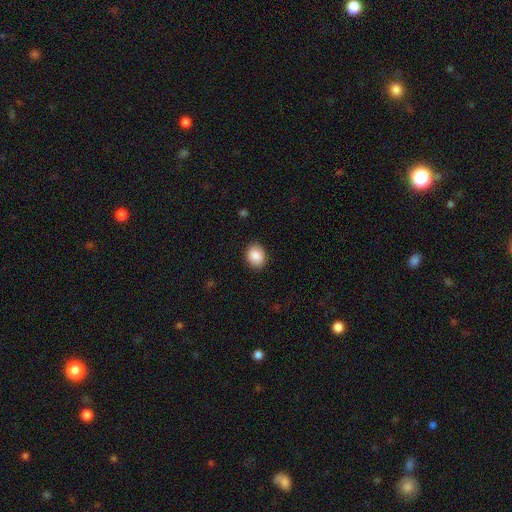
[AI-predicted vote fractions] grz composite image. It shows a smooth galaxy with no disk features (88%) that is in between round and cigar-shaped (50%). Merging: none (88%).